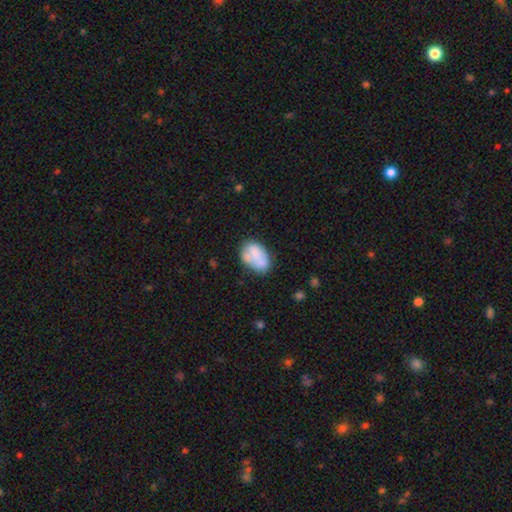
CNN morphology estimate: type=smooth (71%); roundness=in between (88%); merging=none (51%).